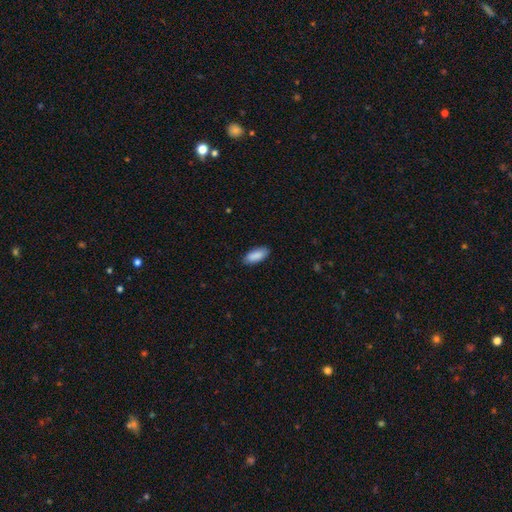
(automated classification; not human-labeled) This is clearly a smooth galaxy (89%). How rounded: clearly in between (83%). Merging: clearly none (86%).